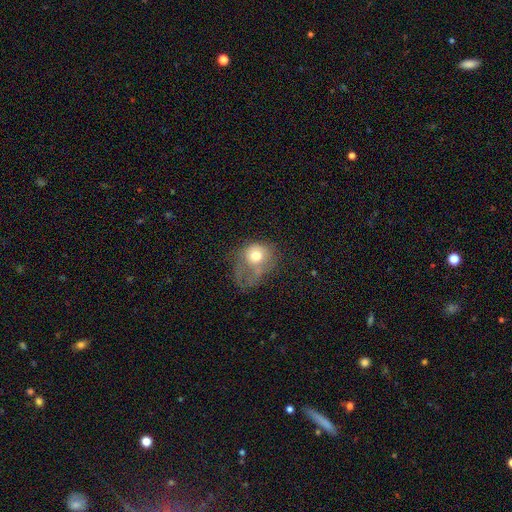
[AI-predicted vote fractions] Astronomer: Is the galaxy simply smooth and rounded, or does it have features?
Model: smooth — 66%.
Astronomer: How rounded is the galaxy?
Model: round — 61% (runner-up: in between, 38%).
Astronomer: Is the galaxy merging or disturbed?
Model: major disturbance — 53%.